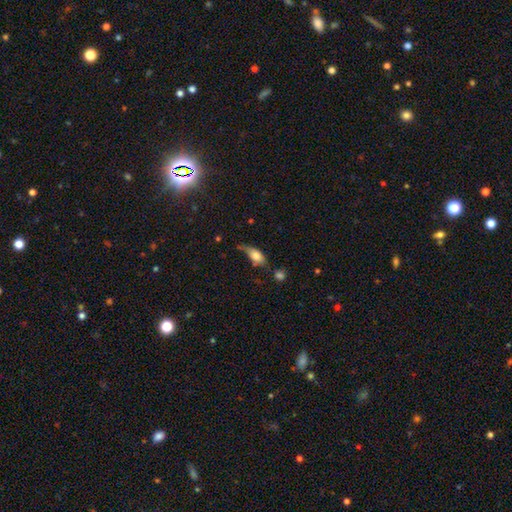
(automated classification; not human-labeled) Smooth or featured? smooth (75%)
How rounded? in between (82%)
Merging? none (38%)